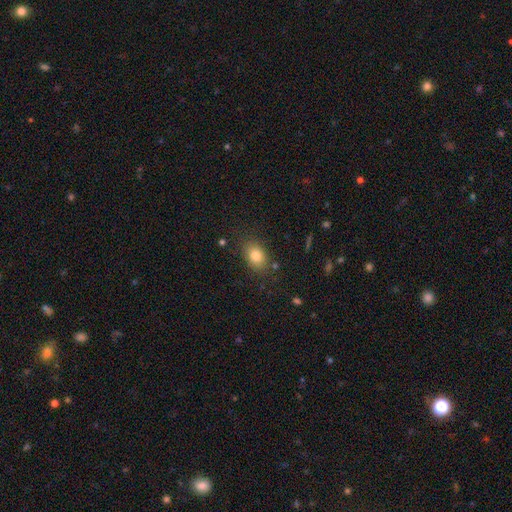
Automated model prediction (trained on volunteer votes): Smooth or featured? smooth (81%)
How rounded? in between (74%)
Merging? none (80%)